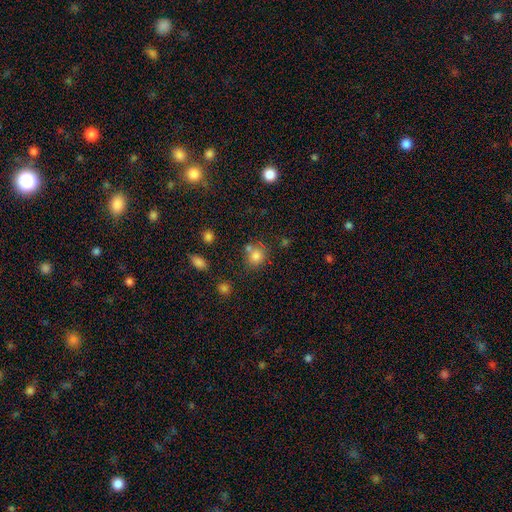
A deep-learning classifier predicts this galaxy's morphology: A smooth galaxy with no disk features (80%) that is round (78%).

Vote fractions:
- Smooth or featured? smooth: 80% / star or artifact: 13% / featured or disk: 7%
- How rounded? round: 78% / in between: 21% / cigar-shaped: 1%
- Merging? none: 62% / merger: 21% / minor disturbance: 13% / major disturbance: 4%